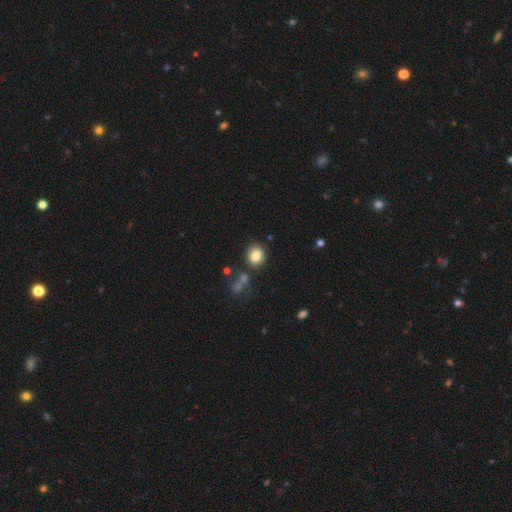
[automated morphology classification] A smooth galaxy with no disk features (84%) that is round (57%). Merging: none (78%).